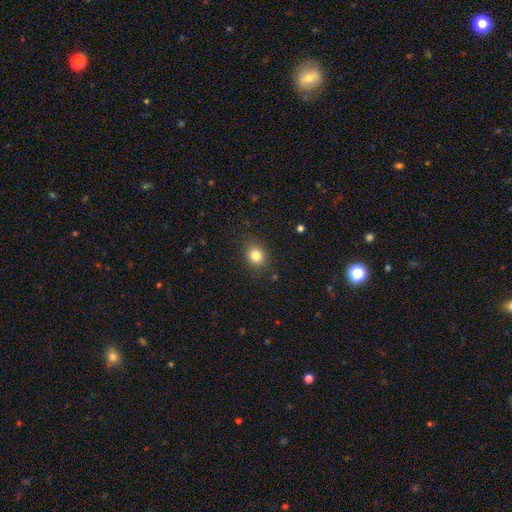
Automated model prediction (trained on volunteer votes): A smooth galaxy with no disk features (82%) that is round (62%). Merging: none (86%).